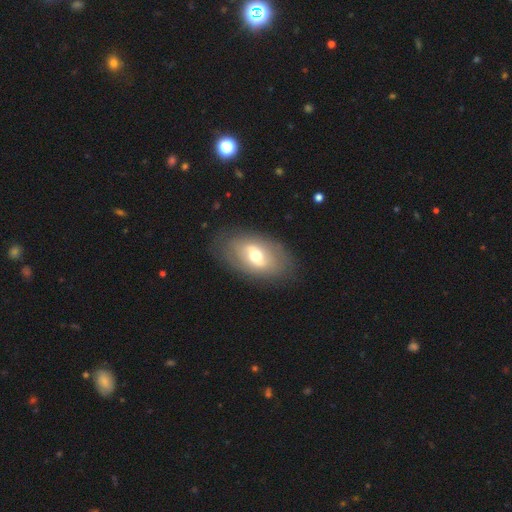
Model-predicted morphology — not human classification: The model was most divided on "smooth or featured": featured or disk: 55%, smooth: 38%, star or artifact: 7%. More confident: edge-on disk — no (88%); merging — none (80%).